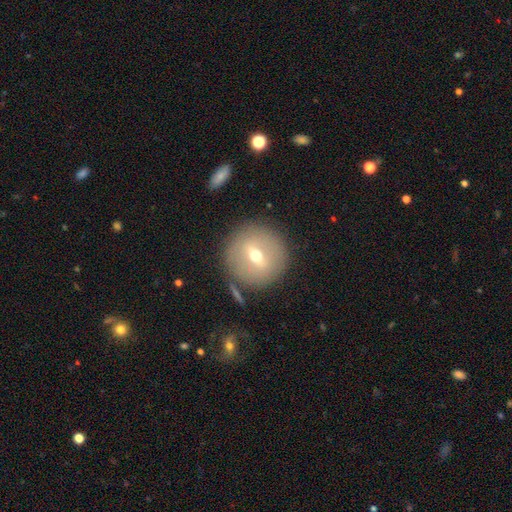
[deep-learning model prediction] Smooth or featured?
  - smooth: 47% *
  - featured or disk: 45%
  - star or artifact: 9%
Merging?
  - none: 85% *
  - minor disturbance: 8%
  - major disturbance: 3%
  - merger: 3%